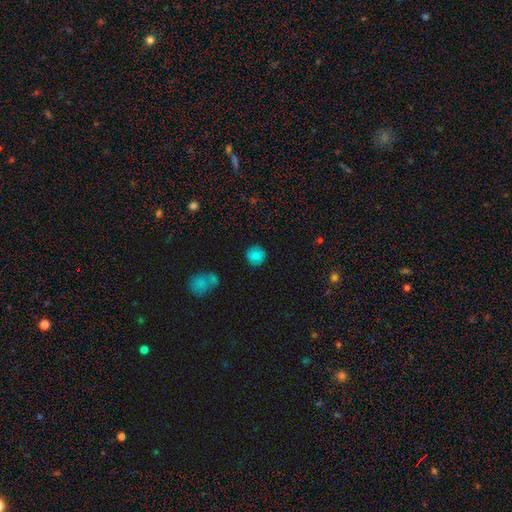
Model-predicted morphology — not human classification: A smooth galaxy with no disk features (84%) that is round (92%).

Vote fractions:
- Smooth or featured? smooth: 84% / star or artifact: 9% / featured or disk: 7%
- How rounded? round: 92% / in between: 7% / cigar-shaped: 1%
- Merging? none: 88% / minor disturbance: 8% / major disturbance: 2% / merger: 2%